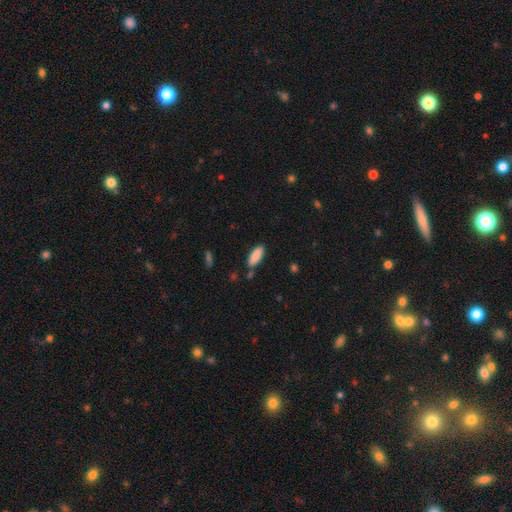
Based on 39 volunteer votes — Morphology: type=smooth (97%); roundness=in between (71%); merging=none (82%).